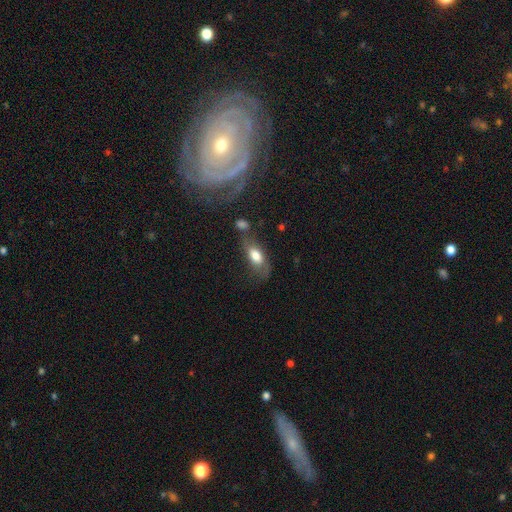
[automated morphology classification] The model was most divided on "merging": none: 44%, minor disturbance: 25%, major disturbance: 18%, merger: 12%. More confident: how rounded — in between (83%); smooth or featured — smooth (62%).